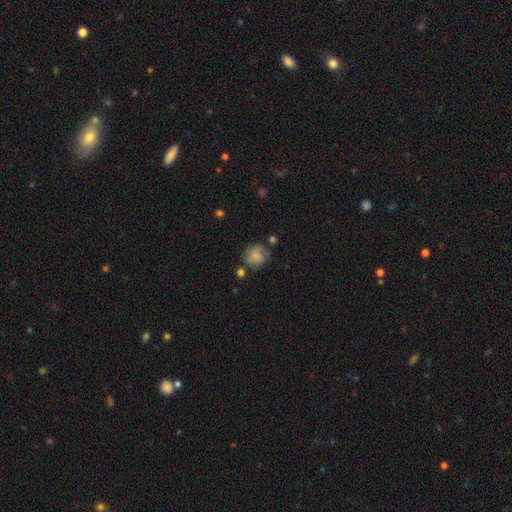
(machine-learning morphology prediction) Smooth or featured: smooth — 73% (featured or disk — 18%)
How rounded: round — 81% (in between — 18%)
Merging: none — 61% (minor disturbance — 22%)